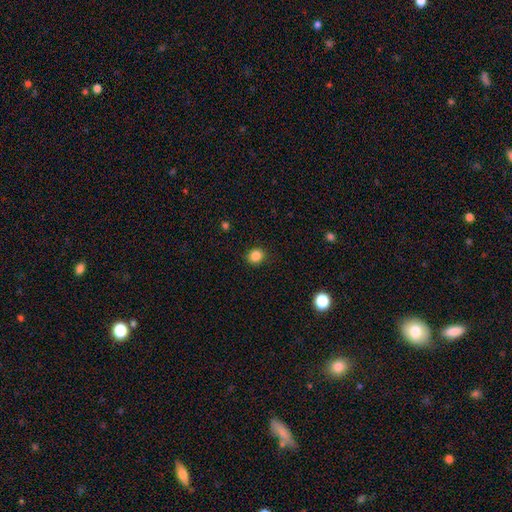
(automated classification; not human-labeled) Overall: smooth (85%). How rounded: round (81%). Merging: none (89%).